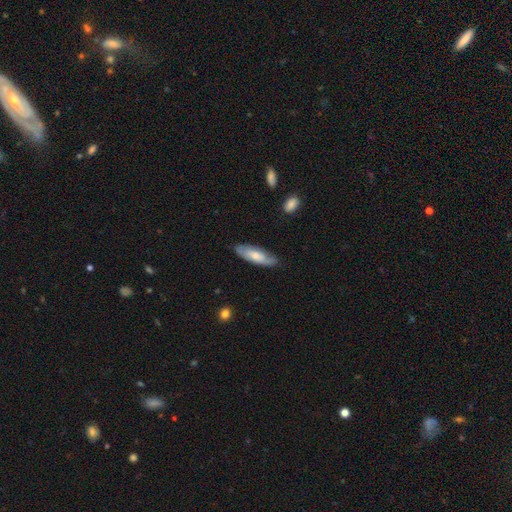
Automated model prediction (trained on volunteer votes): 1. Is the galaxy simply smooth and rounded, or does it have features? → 57% smooth, 37% featured or disk, 6% star or artifact.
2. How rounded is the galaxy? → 56% in between, 42% cigar-shaped, 2% round.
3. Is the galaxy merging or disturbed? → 76% none, 19% minor disturbance, 4% major disturbance, 2% merger.